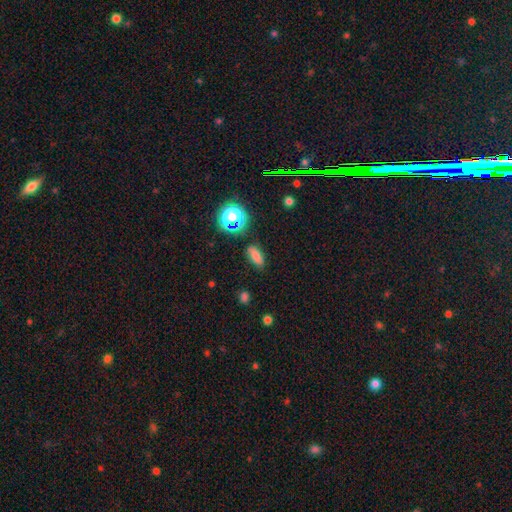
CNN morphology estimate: This is likely a smooth galaxy (74%). How rounded: likely in between (72%). Merging: clearly none (80%).